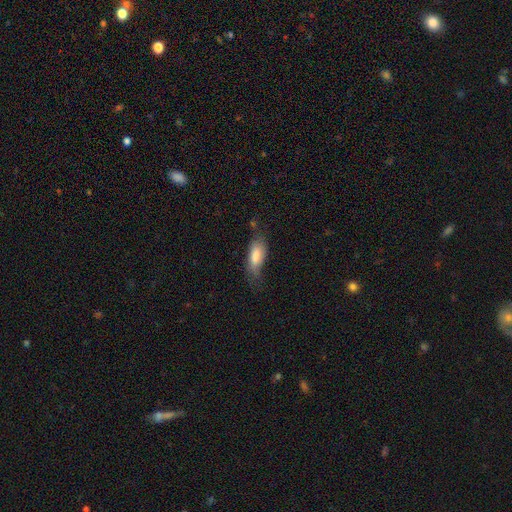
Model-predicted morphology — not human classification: Smooth or featured? Predicted: smooth (p=0.74). How rounded? Predicted: in between (p=0.74). Merging? Predicted: none (p=0.46).